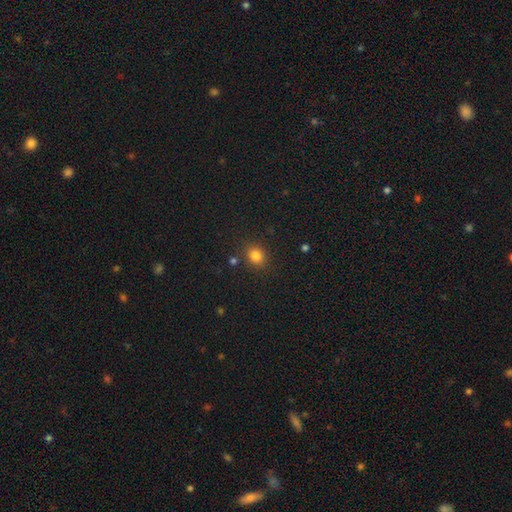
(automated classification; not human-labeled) This appears to be a smooth galaxy with no disk features (82%) that is round (65%). Merging: none (83%).